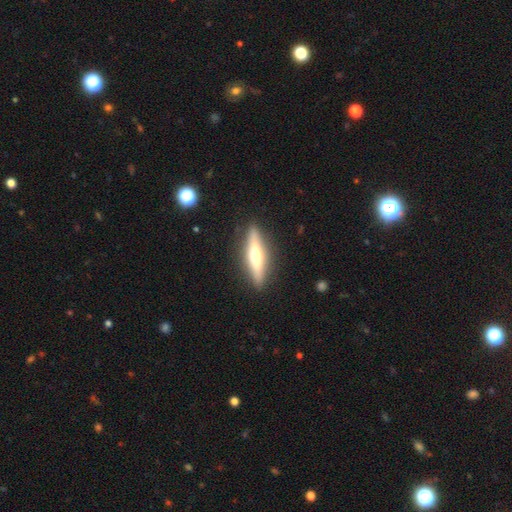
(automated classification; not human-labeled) Smooth or featured? featured or disk (58%)
Edge-on disk? yes (93%)
Edge-on bulge? rounded (88%)
Merging? none (89%)